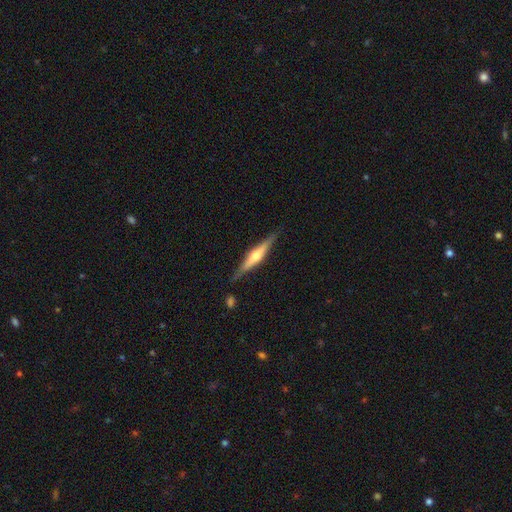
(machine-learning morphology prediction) The model was most divided on "smooth or featured": featured or disk: 68%, smooth: 26%, star or artifact: 5%. More confident: edge-on disk — yes (97%); merging — none (86%); edge-on bulge — rounded (86%).